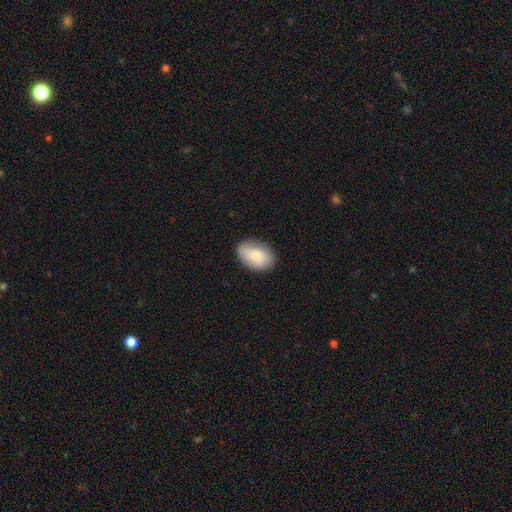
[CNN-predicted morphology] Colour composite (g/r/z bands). It shows a smooth galaxy with no disk features (80%) that is in between round and cigar-shaped (88%). Merging: none (77%).